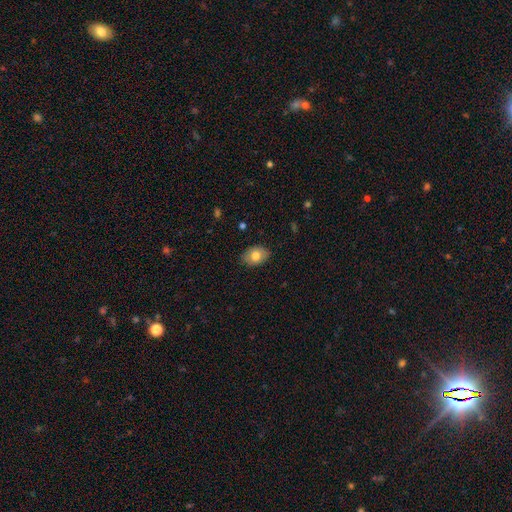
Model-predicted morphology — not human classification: The model was most divided on "how rounded": in between: 77%, round: 22%, cigar-shaped: 1%. More confident: merging — none (85%); smooth or featured — smooth (78%).